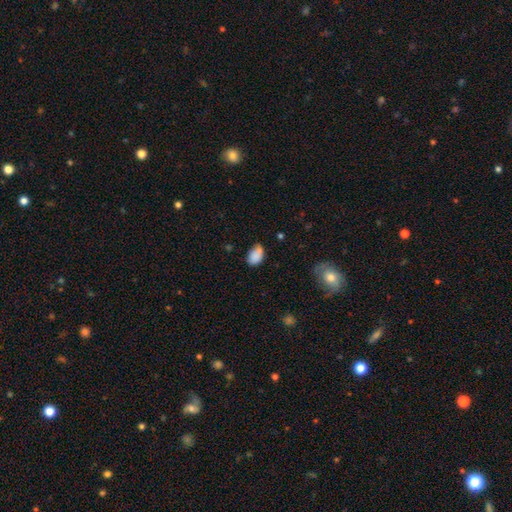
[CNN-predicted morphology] A smooth galaxy with no disk features (86%) that is in between round and cigar-shaped (89%). Merging: none (63%).